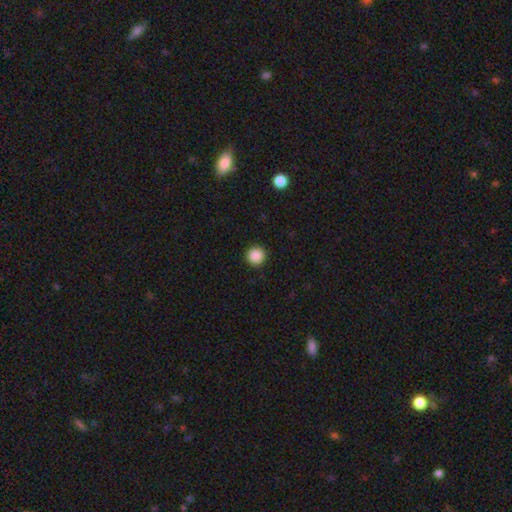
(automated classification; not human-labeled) Smooth or featured? smooth (88%)
How rounded? round (96%)
Merging? none (93%)